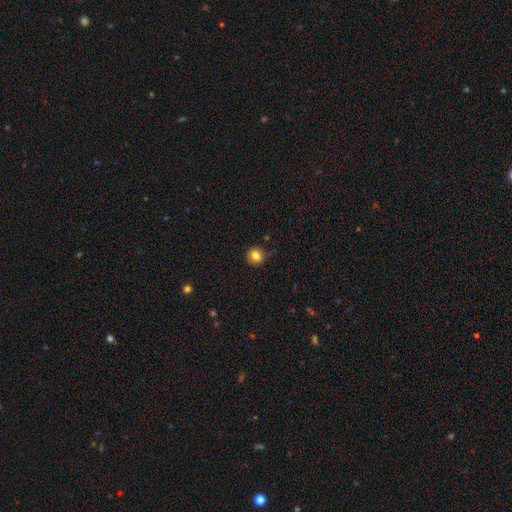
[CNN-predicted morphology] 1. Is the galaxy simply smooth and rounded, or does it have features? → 82% smooth, 11% star or artifact, 7% featured or disk.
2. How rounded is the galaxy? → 85% round, 14% in between, 1% cigar-shaped.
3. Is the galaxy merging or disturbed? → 86% none, 10% minor disturbance, 2% major disturbance, 1% merger.